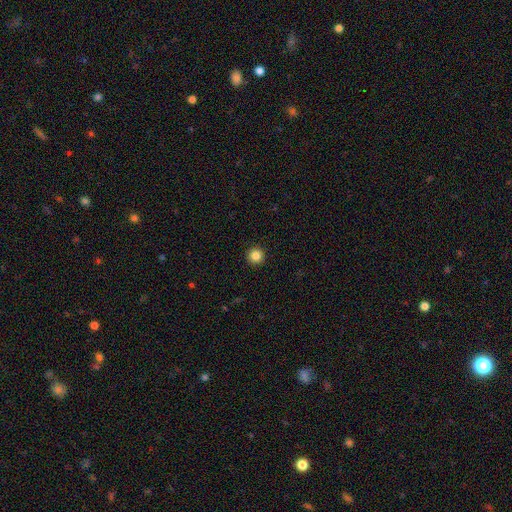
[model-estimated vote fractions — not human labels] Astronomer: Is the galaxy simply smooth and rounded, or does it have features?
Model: smooth — 85%.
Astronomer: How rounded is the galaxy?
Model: round — 96%.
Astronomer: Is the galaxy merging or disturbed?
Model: none — 93%.